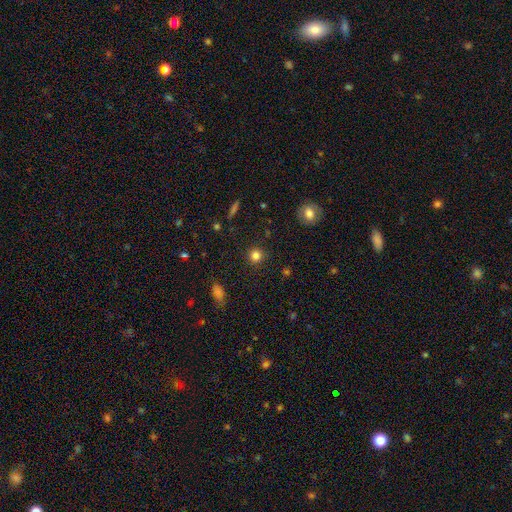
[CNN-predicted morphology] This appears to be a smooth galaxy with no disk features (82%) that is round (93%). Merging: none (90%).